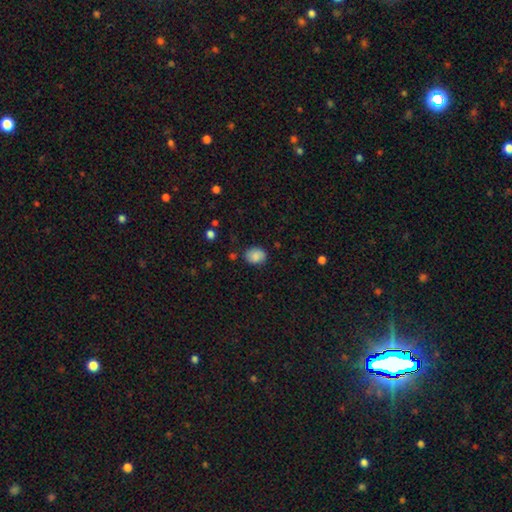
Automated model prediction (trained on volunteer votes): smooth_or_featured: smooth (p=0.84) [alt: star or artifact p=0.08]
how_rounded: round (p=0.53) [alt: in between p=0.46]
merging: none (p=0.79) [alt: minor disturbance p=0.16]